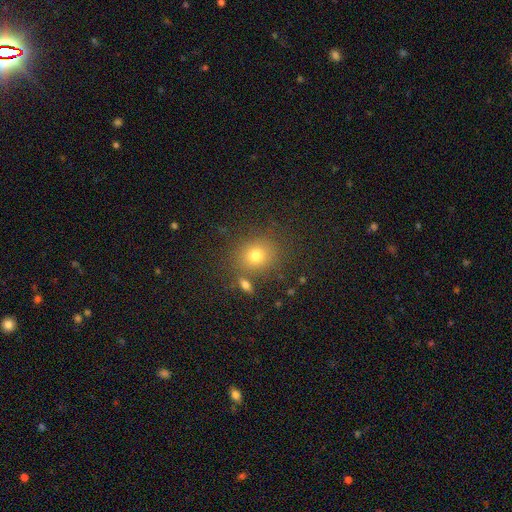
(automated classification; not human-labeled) Smooth or featured? Predicted: smooth (p=0.75). How rounded? Predicted: round (p=0.74). Merging? Predicted: none (p=0.78).